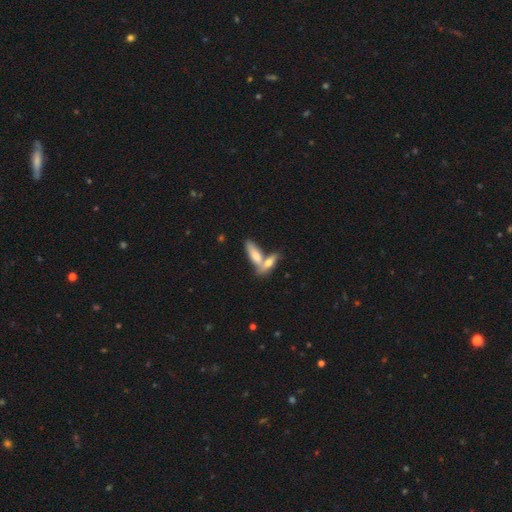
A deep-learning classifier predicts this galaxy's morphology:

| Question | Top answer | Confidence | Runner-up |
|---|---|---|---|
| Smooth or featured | smooth | 72% | featured or disk (22%) |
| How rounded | in between | 59% | cigar-shaped (38%) |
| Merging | merger | 53% | none (35%) |